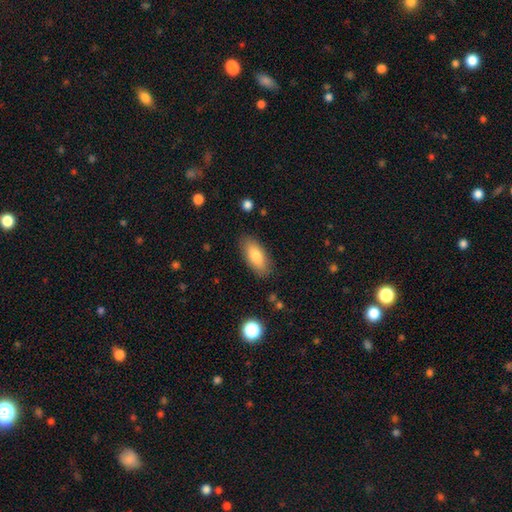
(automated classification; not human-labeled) This appears to be a smooth galaxy with no disk features (79%) that is in between round and cigar-shaped (84%). Merging: none (85%).